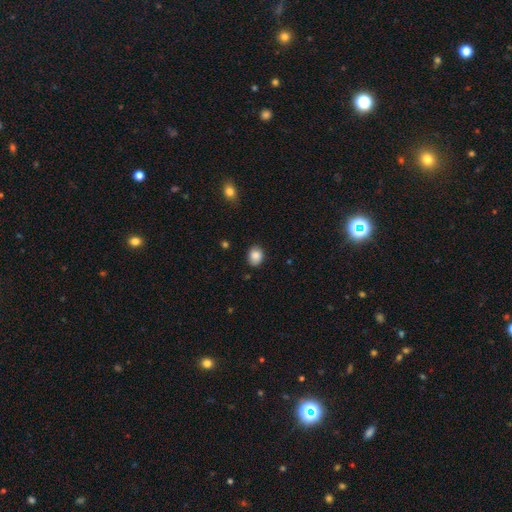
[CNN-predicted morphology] Overall: smooth (86%). How rounded: in between (52%; round 47%). Merging: none (81%).